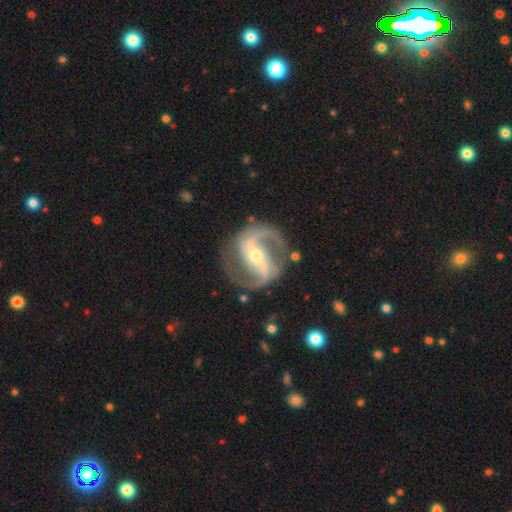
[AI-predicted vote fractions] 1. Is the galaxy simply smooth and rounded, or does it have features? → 92% featured or disk, 4% star or artifact, 3% smooth.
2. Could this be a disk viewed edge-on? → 98% no, 2% yes.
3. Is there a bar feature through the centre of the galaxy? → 58% strong, 27% weak, 14% no.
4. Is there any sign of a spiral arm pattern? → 97% yes, 3% no.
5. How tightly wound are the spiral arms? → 59% medium, 25% loose, 17% tight.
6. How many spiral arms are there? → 94% 2, 2% can't tell, 1% 1, 1% 3, 1% 4, 1% more than 4.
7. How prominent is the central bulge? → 51% small, 45% moderate, 2% large, 1% none, 1% dominant.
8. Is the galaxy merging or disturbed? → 82% none, 11% minor disturbance, 5% major disturbance, 2% merger.